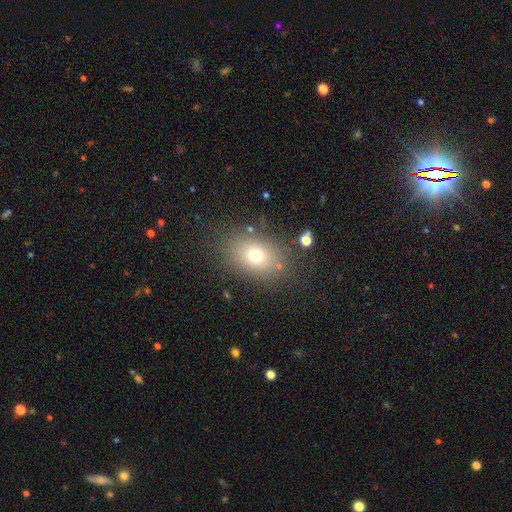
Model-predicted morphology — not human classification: Smooth or featured? smooth (72%)
How rounded? in between (69%)
Merging? none (80%)